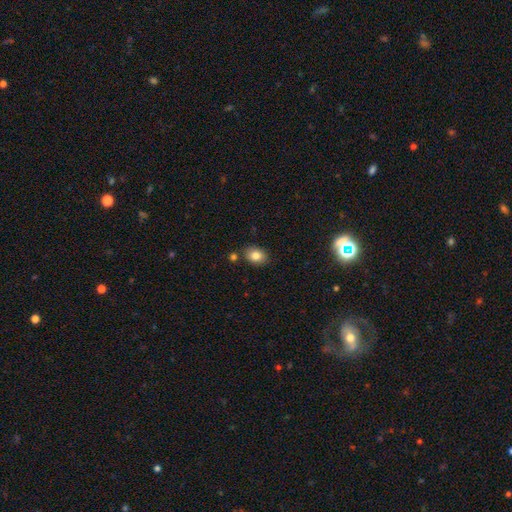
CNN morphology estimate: A smooth galaxy with no disk features (82%) that is in between round and cigar-shaped (69%). Merging: none (81%).